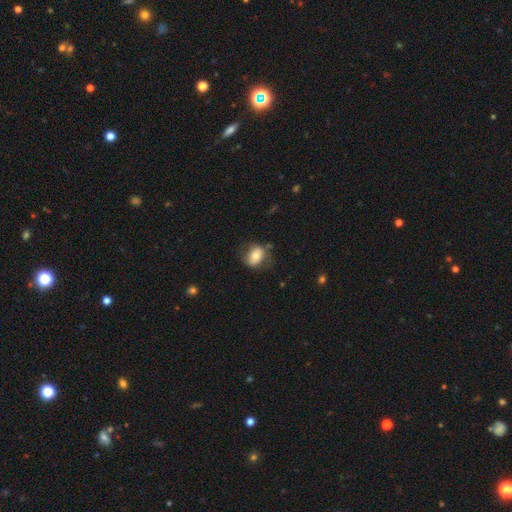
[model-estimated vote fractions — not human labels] The model was most divided on "how rounded": in between: 68%, round: 31%, cigar-shaped: 2%. More confident: smooth or featured — smooth (69%); merging — none (66%).